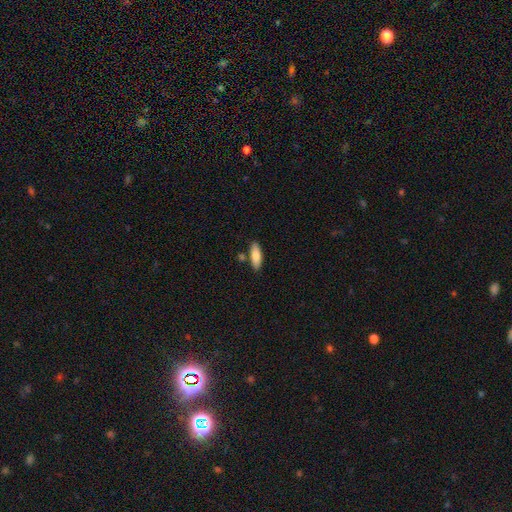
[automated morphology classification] smooth_or_featured: smooth (p=0.81) [alt: featured or disk p=0.13]
how_rounded: in between (p=0.61) [alt: cigar-shaped p=0.37]
merging: none (p=0.80) [alt: minor disturbance p=0.11]